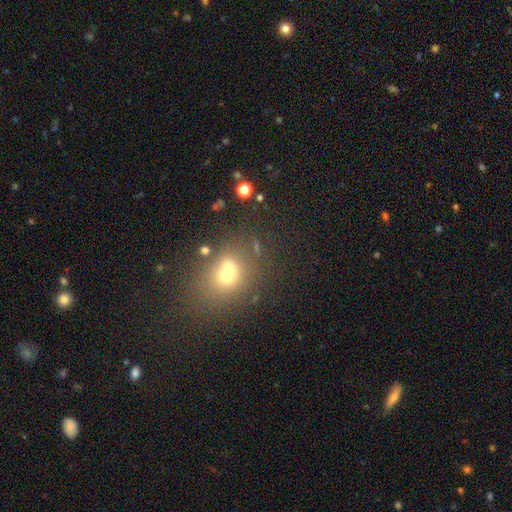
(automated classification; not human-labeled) A smooth galaxy with no disk features (62%) that is in between round and cigar-shaped (56%).

Vote fractions:
- Smooth or featured? smooth: 62% / star or artifact: 28% / featured or disk: 10%
- How rounded? in between: 56% / round: 42% / cigar-shaped: 2%
- Merging? none: 80% / minor disturbance: 11% / major disturbance: 4% / merger: 4%